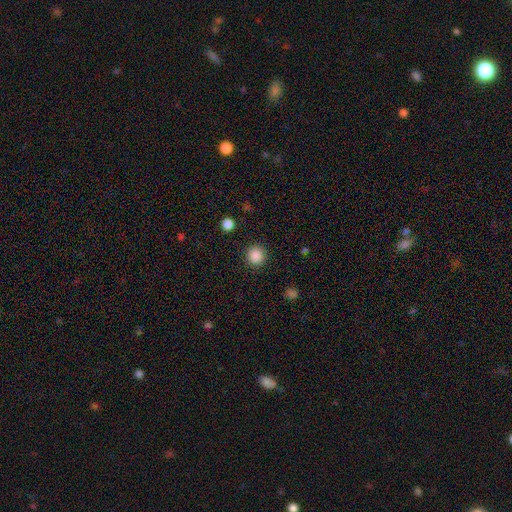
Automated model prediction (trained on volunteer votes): Smooth or featured?
  - smooth: 87% *
  - star or artifact: 10%
  - featured or disk: 3%
How rounded?
  - round: 94% *
  - in between: 5%
  - cigar-shaped: 1%
Merging?
  - none: 92% *
  - minor disturbance: 5%
  - major disturbance: 2%
  - merger: 1%